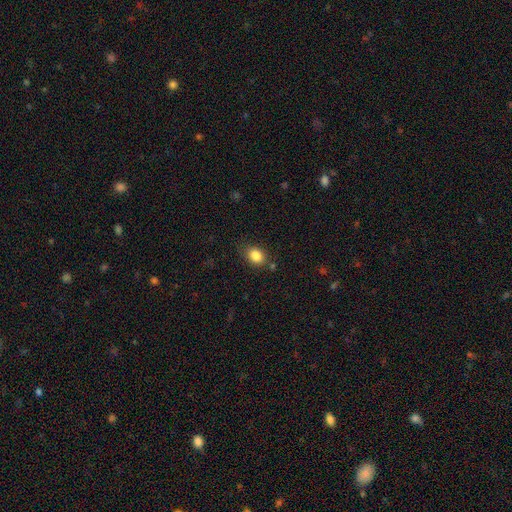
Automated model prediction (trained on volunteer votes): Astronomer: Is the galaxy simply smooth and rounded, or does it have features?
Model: smooth — 85%.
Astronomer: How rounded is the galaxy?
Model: in between — 58% (runner-up: round, 41%).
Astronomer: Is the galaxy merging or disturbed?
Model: none — 75%.